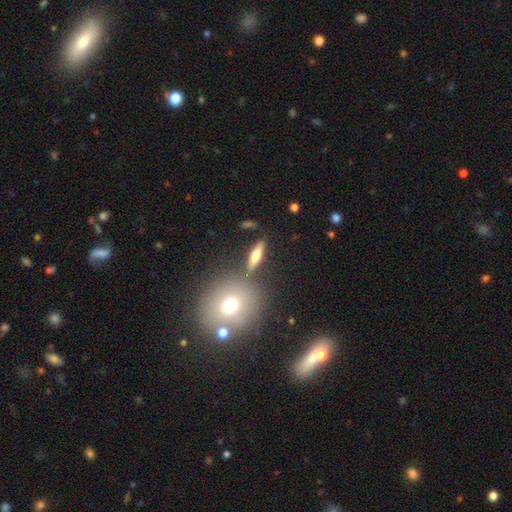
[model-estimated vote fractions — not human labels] The model was most divided on "smooth or featured": featured or disk: 52%, smooth: 39%, star or artifact: 9%. More confident: edge-on disk — yes (90%); merging — none (81%).